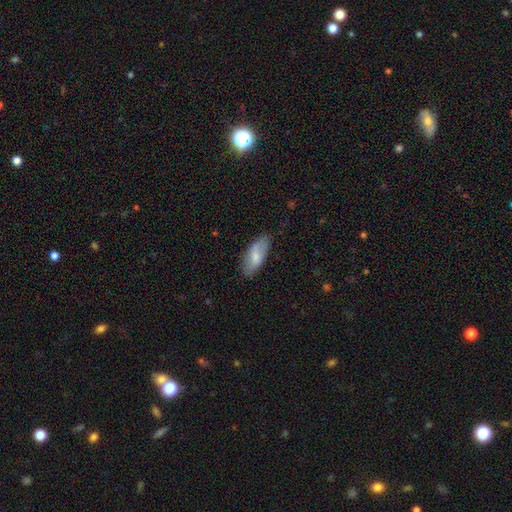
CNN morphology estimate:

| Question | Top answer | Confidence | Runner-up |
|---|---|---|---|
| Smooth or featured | smooth | 66% | featured or disk (28%) |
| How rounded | in between | 82% | cigar-shaped (16%) |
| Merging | none | 76% | minor disturbance (19%) |